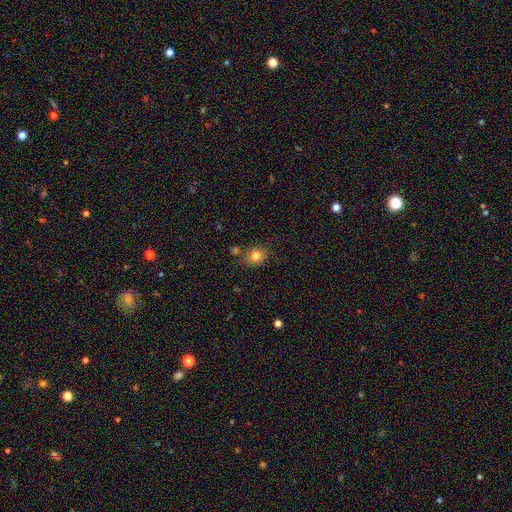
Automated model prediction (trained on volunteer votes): Smooth or featured? smooth (80%)
How rounded? round (63%)
Merging? none (74%)